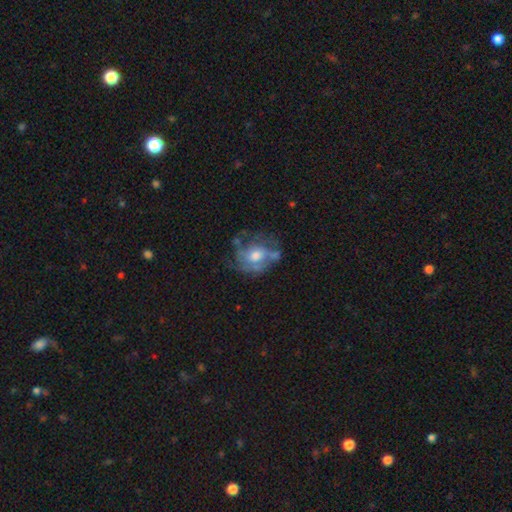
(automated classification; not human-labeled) This appears to be a featured or disk galaxy (59%) with no bar (80%), no spiral arms (54%) and a moderate central bulge (65%). Merging: none (47%).